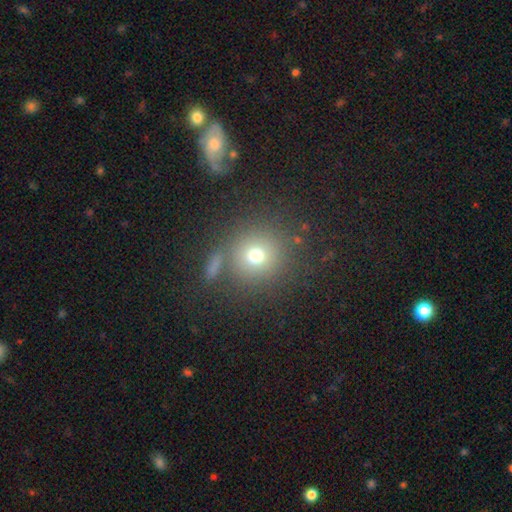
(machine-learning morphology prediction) This is likely a smooth galaxy (72%). How rounded: clearly round (90%). Merging: likely none (76%).